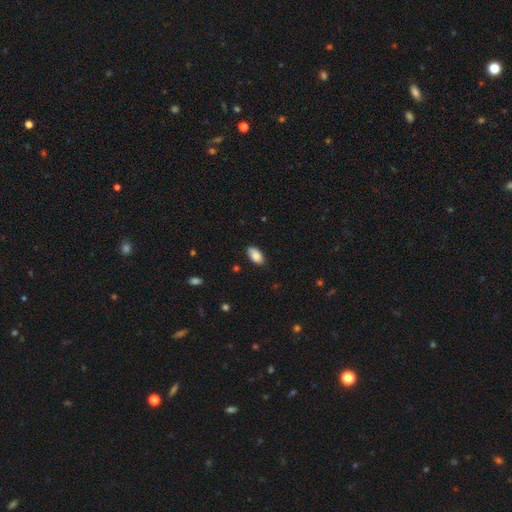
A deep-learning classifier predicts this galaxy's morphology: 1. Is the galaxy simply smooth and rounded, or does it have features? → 84% smooth, 9% featured or disk, 7% star or artifact.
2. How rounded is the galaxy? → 94% in between, 3% cigar-shaped, 3% round.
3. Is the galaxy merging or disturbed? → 83% none, 13% minor disturbance, 2% major disturbance, 1% merger.